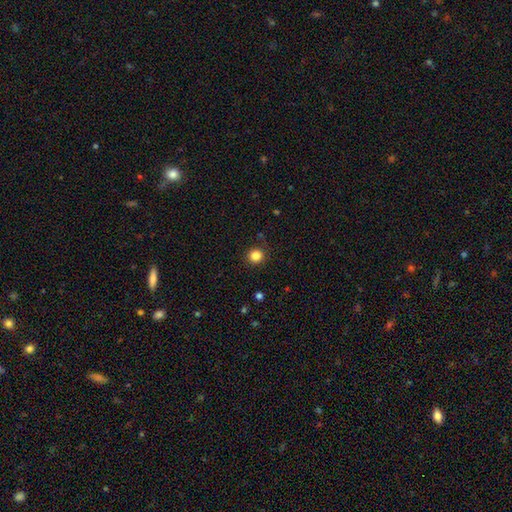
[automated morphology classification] type=smooth (84%); roundness=round (93%); merging=none (90%).